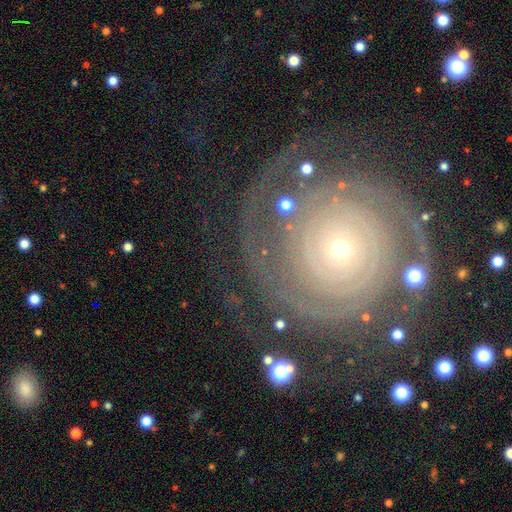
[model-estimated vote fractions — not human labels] Smooth or featured? Predicted: featured or disk (p=0.85). Edge-on disk? Predicted: no (p=0.97). Bar? Predicted: no (p=0.85). Spiral arms? Predicted: yes (p=0.96). Spiral winding? Predicted: tight (p=0.84). Spiral arm count? Predicted: 2 (p=0.37). Bulge size? Predicted: small (p=0.77). Merging? Predicted: none (p=0.77).